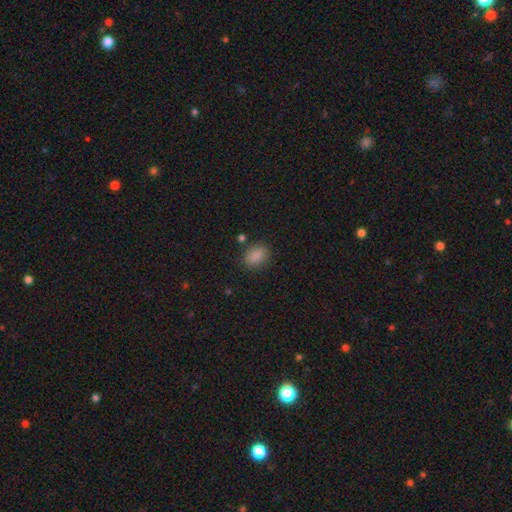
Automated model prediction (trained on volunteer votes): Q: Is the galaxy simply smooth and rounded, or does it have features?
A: smooth — 87%.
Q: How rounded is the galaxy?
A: in between — 72%.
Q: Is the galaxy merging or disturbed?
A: none — 83%.